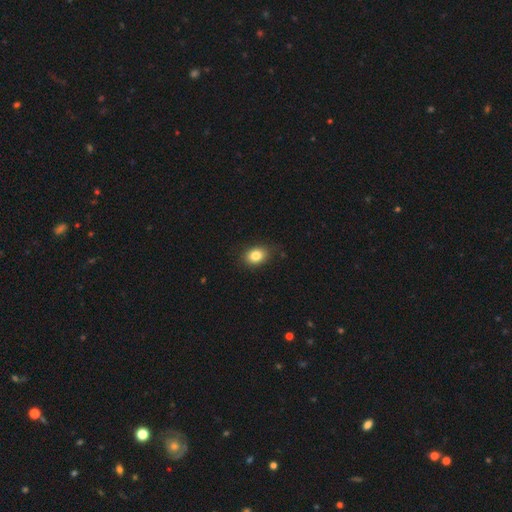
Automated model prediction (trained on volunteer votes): Morphology: type=smooth (83%); roundness=in between (70%); merging=none (82%).